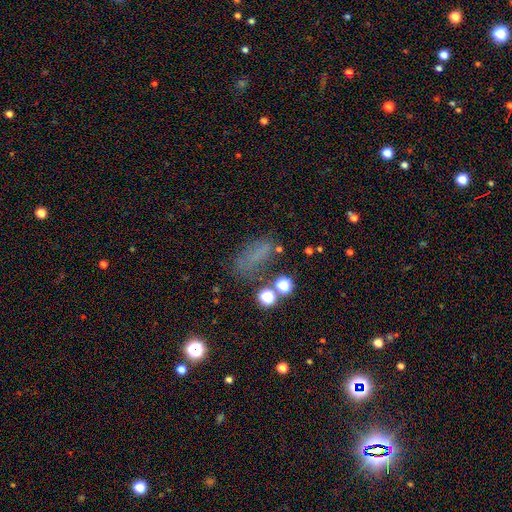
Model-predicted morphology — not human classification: This is possibly a smooth galaxy (55%). How rounded: likely in between (70%). Merging: possibly none (52%).